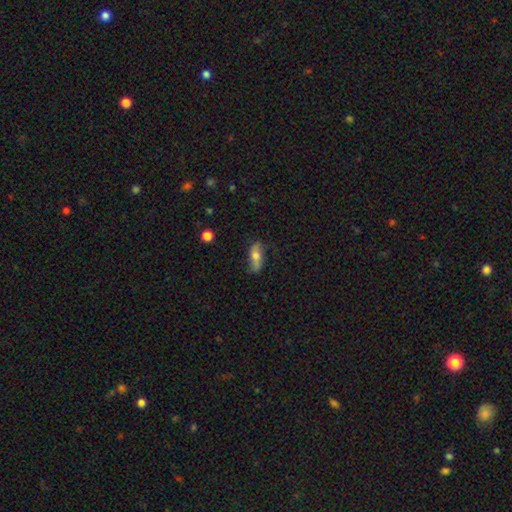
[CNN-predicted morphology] This appears to be a smooth galaxy with no disk features (47%). Merging: none (73%).